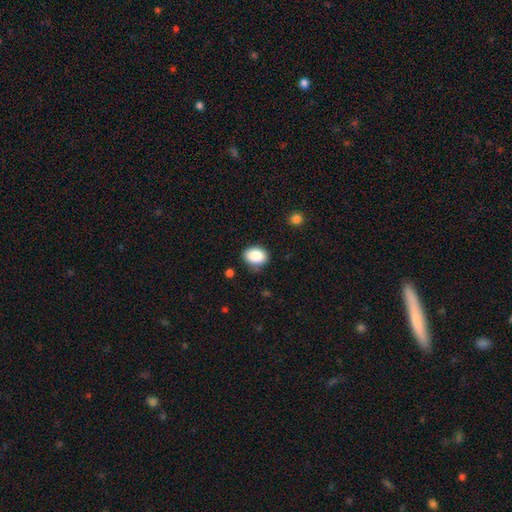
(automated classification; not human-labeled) smooth-or-featured: smooth: 88% | star or artifact: 8% | featured or disk: 4%
  how-rounded: in between: 64% | round: 35% | cigar-shaped: 1%
  merging: none: 82% | minor disturbance: 13% | major disturbance: 3% | merger: 2%